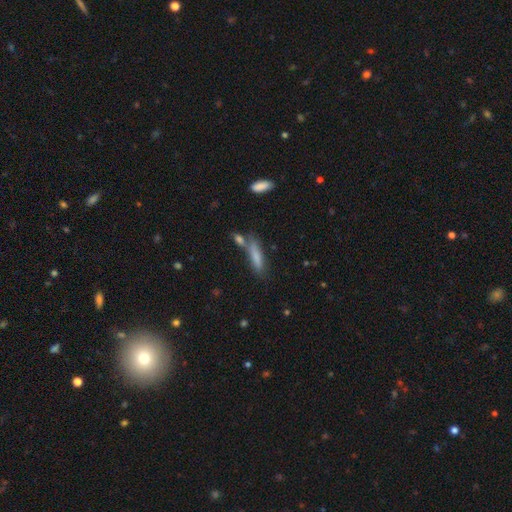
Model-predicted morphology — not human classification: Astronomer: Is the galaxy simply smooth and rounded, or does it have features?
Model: smooth — 77%.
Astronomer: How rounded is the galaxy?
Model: cigar-shaped — 73%.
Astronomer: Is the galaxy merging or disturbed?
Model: none — 56%.